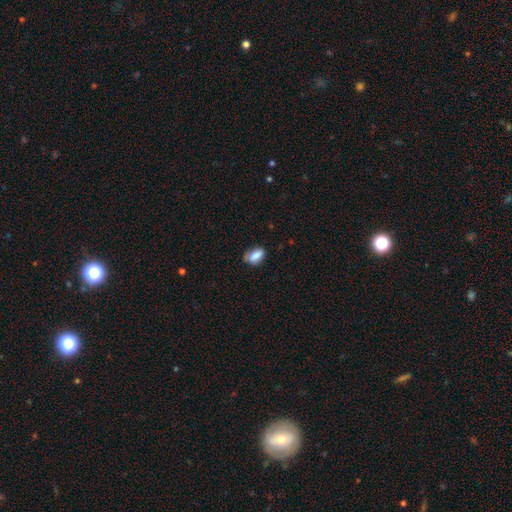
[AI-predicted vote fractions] Smooth or featured? smooth (84%)
How rounded? in between (87%)
Merging? none (66%)